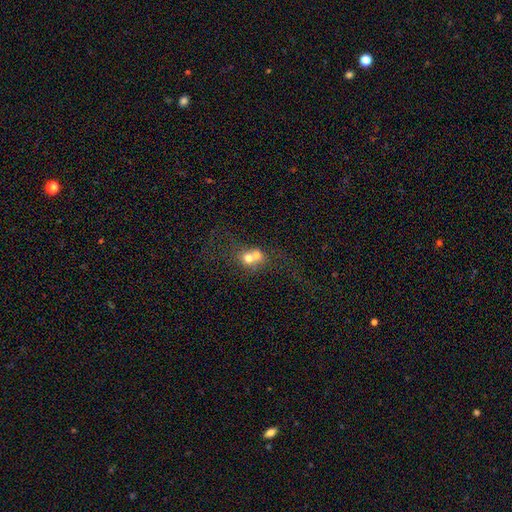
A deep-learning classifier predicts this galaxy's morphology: The model was most divided on "smooth or featured": smooth: 47%, featured or disk: 32%, star or artifact: 21%. More confident: merging — merger (63%).